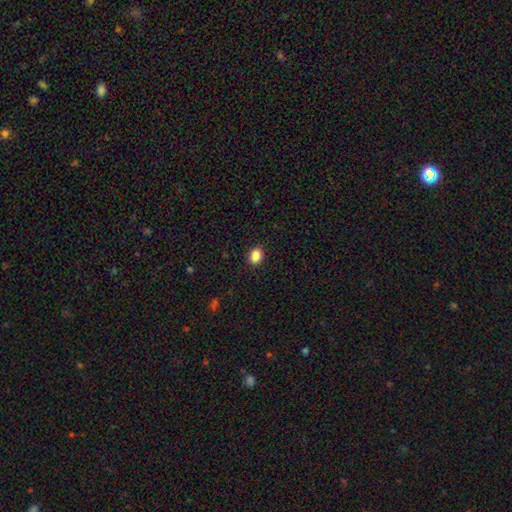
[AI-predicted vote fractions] This appears to be a smooth galaxy with no disk features (87%) that is in between round and cigar-shaped (50%). Merging: none (90%).